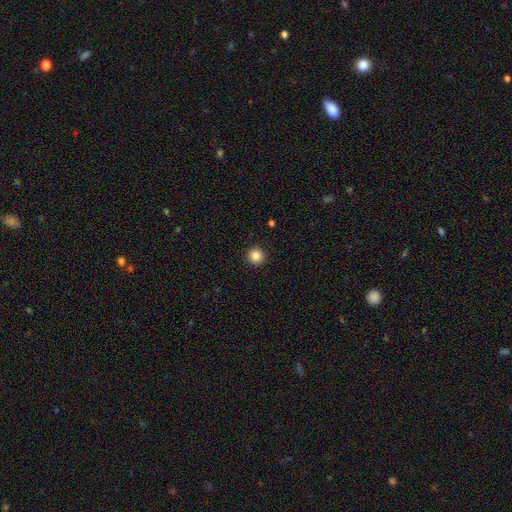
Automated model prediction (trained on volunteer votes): Overall: smooth (85%). How rounded: round (96%). Merging: none (93%).